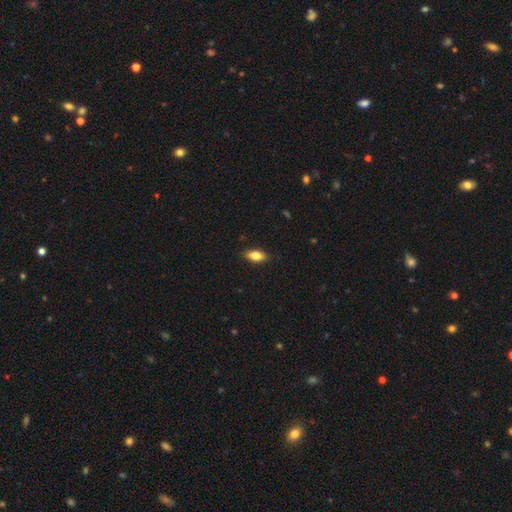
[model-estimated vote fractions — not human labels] The model was most divided on "smooth or featured": smooth: 80%, featured or disk: 13%, star or artifact: 7%. More confident: how rounded — in between (86%); merging — none (86%).